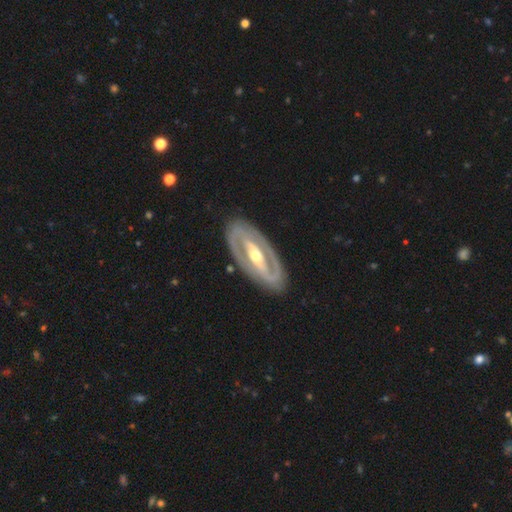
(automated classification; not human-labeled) This appears to be a featured or disk galaxy (87%) with a strong bar (56%), 2 (85%) tight (52%) spiral arms (75%) and a moderate central bulge (62%). Merging: none (85%).